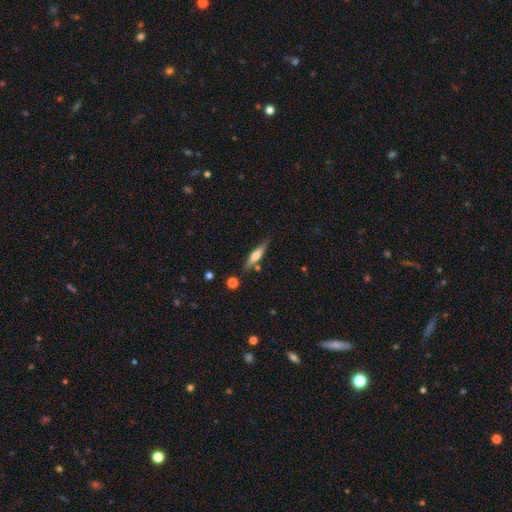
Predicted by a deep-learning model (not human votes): smooth_or_featured: featured or disk (p=0.50) [alt: smooth p=0.43]
merging: none (p=0.80) [alt: minor disturbance p=0.12]